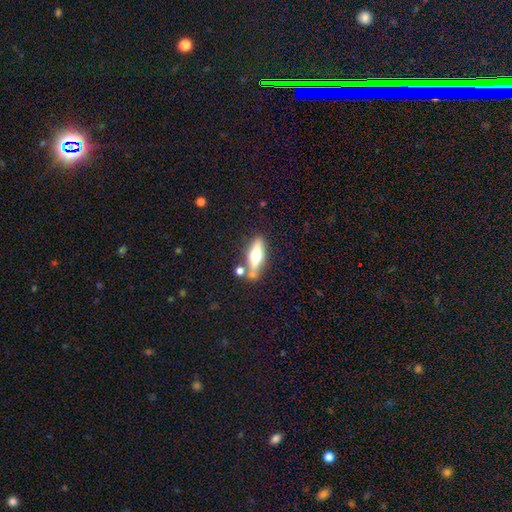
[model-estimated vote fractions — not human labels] Smooth or featured?
  - featured or disk: 53% *
  - smooth: 40%
  - star or artifact: 7%
Edge-on disk?
  - yes: 89% *
  - no: 11%
Merging?
  - none: 70% *
  - minor disturbance: 13%
  - merger: 13%
  - major disturbance: 4%